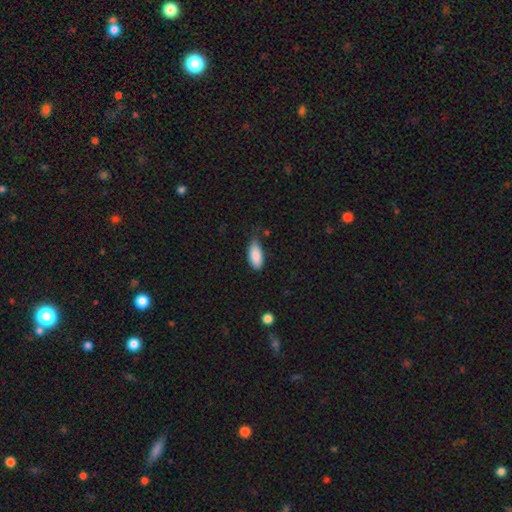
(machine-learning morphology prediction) Overall: smooth (88%). How rounded: in between (88%). Merging: none (59%; minor disturbance 34%).